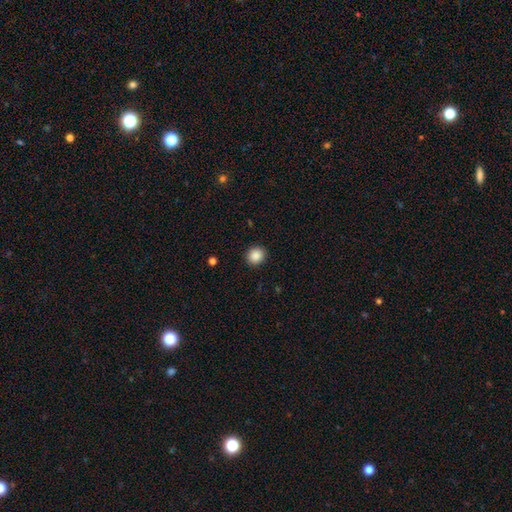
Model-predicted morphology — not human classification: Q: Smooth or featured?
A: smooth (88%); runner-up: star or artifact (9%)
Q: How rounded?
A: round (86%); runner-up: in between (13%)
Q: Merging?
A: none (91%); runner-up: minor disturbance (6%)